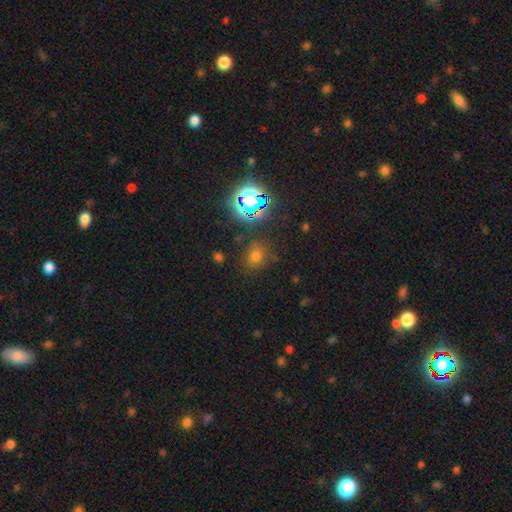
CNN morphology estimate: smooth-or-featured: smooth: 60% | star or artifact: 33% | featured or disk: 7%
  how-rounded: round: 68% | in between: 31% | cigar-shaped: 1%
  merging: none: 81% | minor disturbance: 12% | major disturbance: 4% | merger: 3%